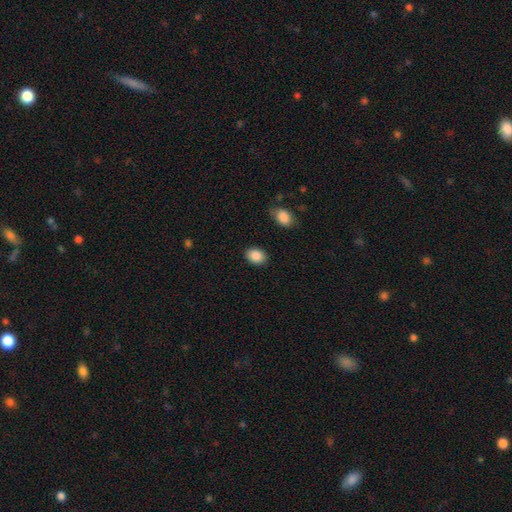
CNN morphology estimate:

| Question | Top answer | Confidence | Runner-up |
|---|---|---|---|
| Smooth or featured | smooth | 88% | star or artifact (8%) |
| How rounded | in between | 70% | round (29%) |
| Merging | none | 87% | minor disturbance (9%) |